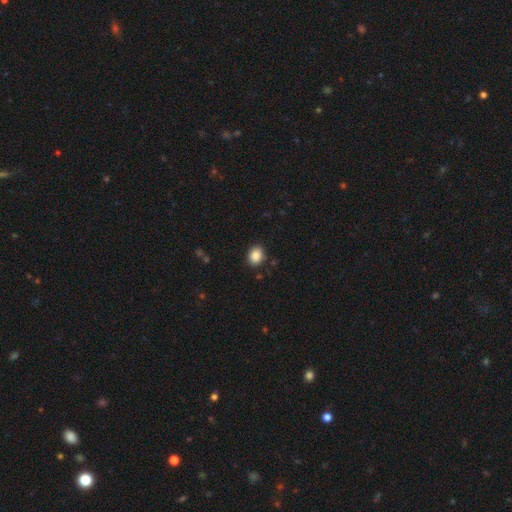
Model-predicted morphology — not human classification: Q: Smooth or featured?
A: smooth (88%); runner-up: star or artifact (8%)
Q: How rounded?
A: in between (60%); runner-up: round (39%)
Q: Merging?
A: none (86%); runner-up: minor disturbance (10%)